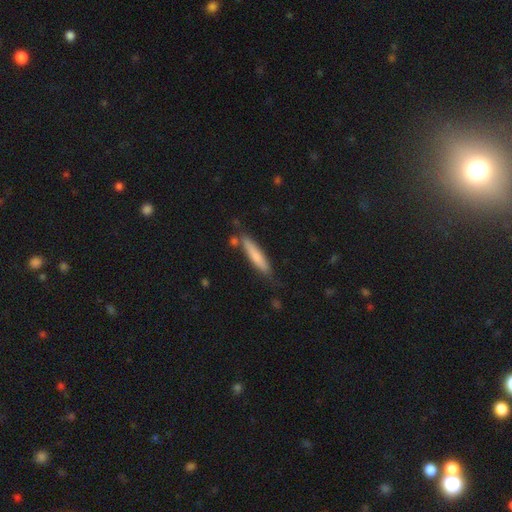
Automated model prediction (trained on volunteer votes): Overall: smooth (72%). How rounded: cigar-shaped (89%). Merging: none (74%).